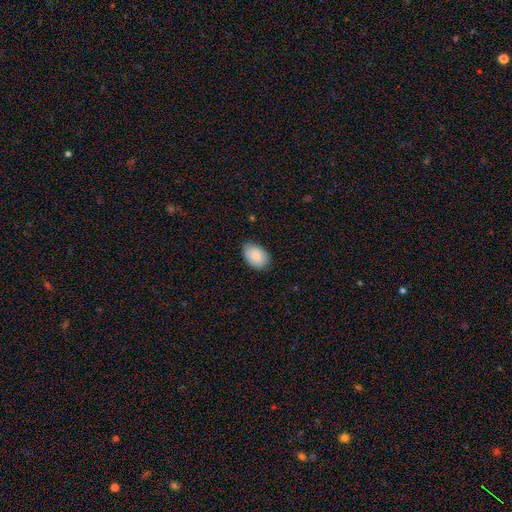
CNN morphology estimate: Smooth or featured?
  - smooth: 82% *
  - featured or disk: 12%
  - star or artifact: 7%
How rounded?
  - in between: 88% *
  - round: 11%
  - cigar-shaped: 1%
Merging?
  - none: 80% *
  - minor disturbance: 16%
  - major disturbance: 3%
  - merger: 1%